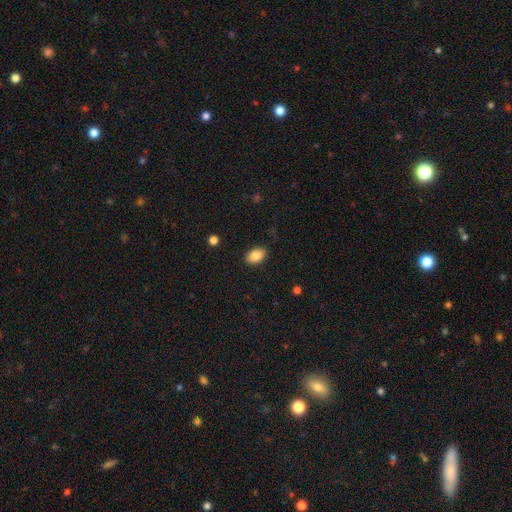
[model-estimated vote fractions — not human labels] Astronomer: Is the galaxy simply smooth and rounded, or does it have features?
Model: smooth — 86%.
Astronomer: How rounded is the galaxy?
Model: in between — 88%.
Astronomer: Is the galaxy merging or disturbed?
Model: none — 88%.